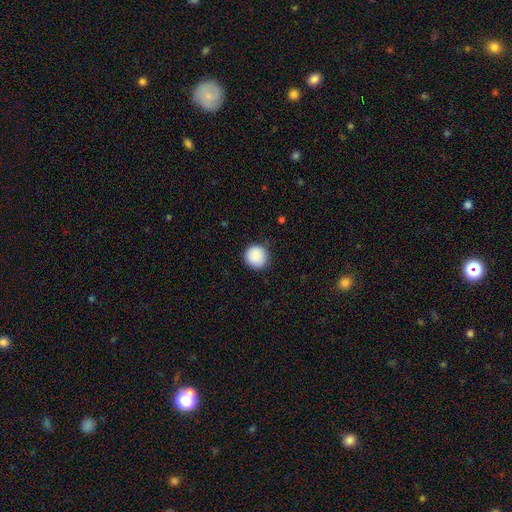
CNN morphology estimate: A smooth galaxy with no disk features (89%) that is round (95%).

Vote fractions:
- Smooth or featured? smooth: 89% / star or artifact: 8% / featured or disk: 3%
- How rounded? round: 95% / in between: 4% / cigar-shaped: 1%
- Merging? none: 88% / minor disturbance: 9% / major disturbance: 2% / merger: 1%